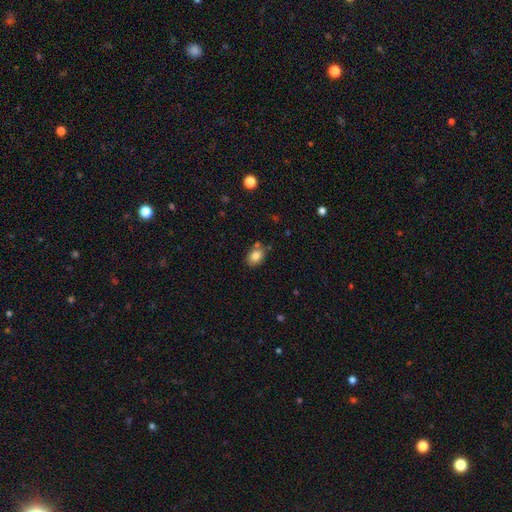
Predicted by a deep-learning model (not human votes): Morphology: type=smooth (83%); roundness=in between (73%); merging=none (75%).